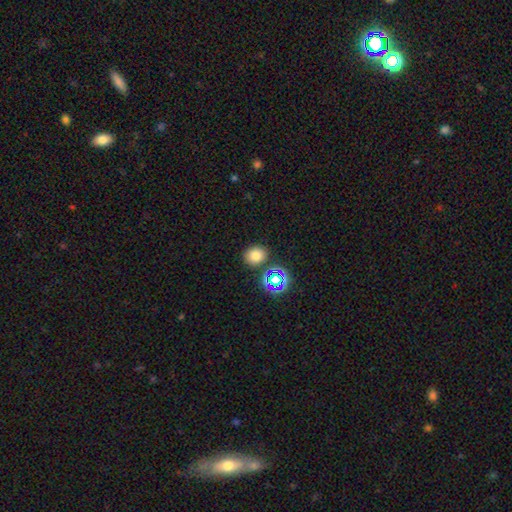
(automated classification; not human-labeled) The model was most divided on "how rounded": round: 67%, in between: 32%, cigar-shaped: 1%. More confident: merging — none (81%); smooth or featured — smooth (74%).